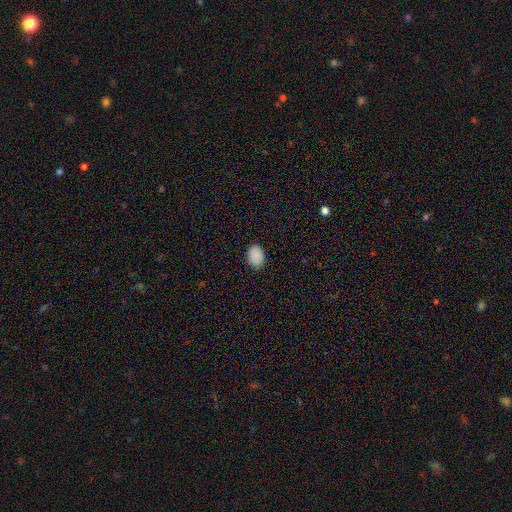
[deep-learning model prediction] This is clearly a smooth galaxy (88%). How rounded: likely in between (72%). Merging: clearly none (88%).